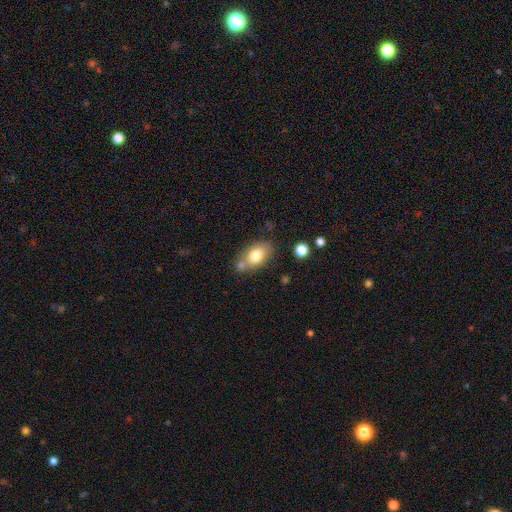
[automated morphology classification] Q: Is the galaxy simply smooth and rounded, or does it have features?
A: smooth — 75%.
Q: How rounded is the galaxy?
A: in between — 87%.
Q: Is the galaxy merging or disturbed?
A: none — 61%.